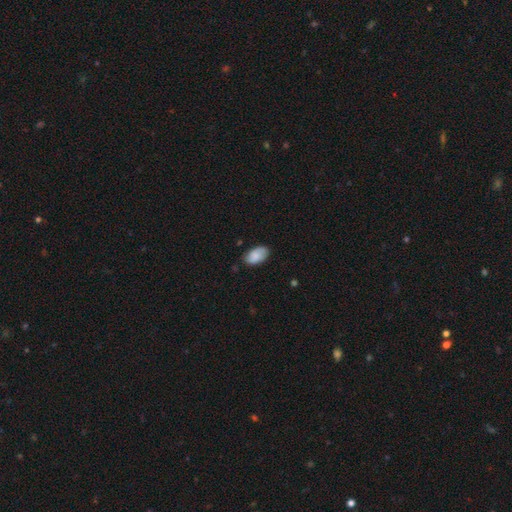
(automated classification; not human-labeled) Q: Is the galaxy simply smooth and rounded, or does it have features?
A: smooth — 85%.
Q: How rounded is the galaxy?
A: in between — 94%.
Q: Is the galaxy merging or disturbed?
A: none — 76%.